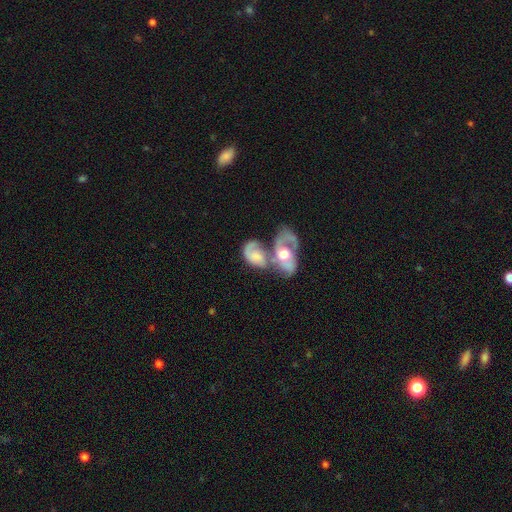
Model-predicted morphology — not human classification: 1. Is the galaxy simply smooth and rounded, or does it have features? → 60% featured or disk, 33% smooth, 7% star or artifact.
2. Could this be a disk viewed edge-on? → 94% no, 6% yes.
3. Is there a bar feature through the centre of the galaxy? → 74% no, 21% weak, 6% strong.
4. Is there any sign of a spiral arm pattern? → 71% yes, 29% no.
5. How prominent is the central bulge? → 56% moderate, 20% large, 14% small, 8% none, 3% dominant.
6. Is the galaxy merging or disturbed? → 65% merger, 14% none, 12% major disturbance, 10% minor disturbance.